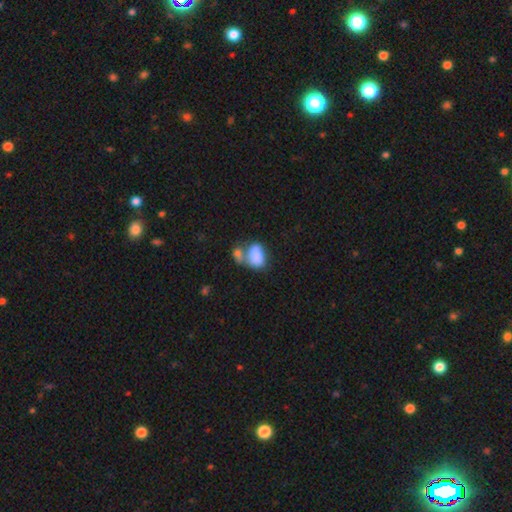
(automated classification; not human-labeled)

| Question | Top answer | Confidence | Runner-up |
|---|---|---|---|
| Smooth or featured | smooth | 79% | featured or disk (13%) |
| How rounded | in between | 87% | round (11%) |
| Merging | merger | 55% | none (21%) |